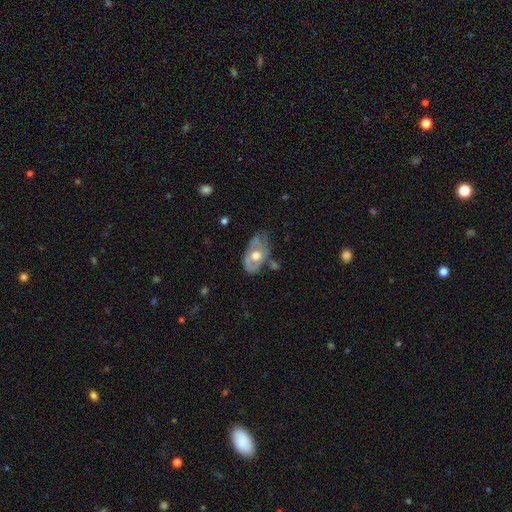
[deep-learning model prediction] Smooth or featured? featured or disk (62%)
Edge-on disk? no (91%)
Bar? no (81%)
Spiral arms? no (59%)
Bulge size? moderate (62%)
Merging? none (49%)